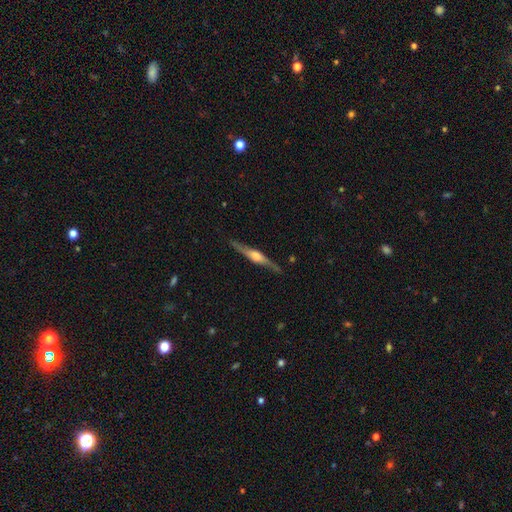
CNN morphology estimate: A featured or disk galaxy (78%) viewed edge-on (97%) with a rounded central bulge (83%).

Vote fractions:
- Smooth or featured? featured or disk: 78% / smooth: 17% / star or artifact: 5%
- Edge-on disk? yes: 97% / no: 3%
- Edge-on bulge? rounded: 83% / boxy: 13% / none: 4%
- Merging? none: 85% / minor disturbance: 11% / major disturbance: 2% / merger: 1%